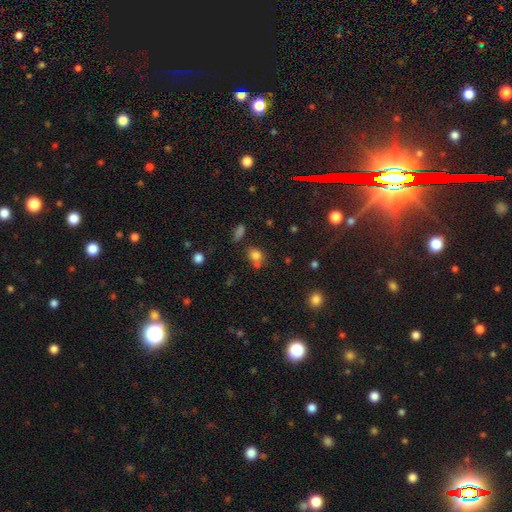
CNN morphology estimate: This is likely a smooth galaxy (76%). How rounded: possibly in between (51%). Merging: possibly none (51%).